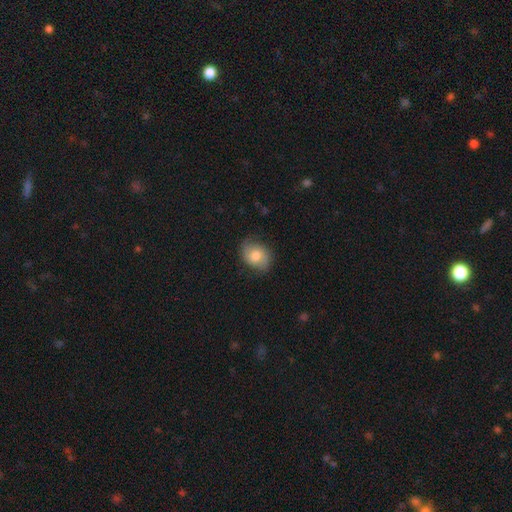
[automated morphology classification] type=smooth (57%); roundness=in between (61%); merging=none (73%).